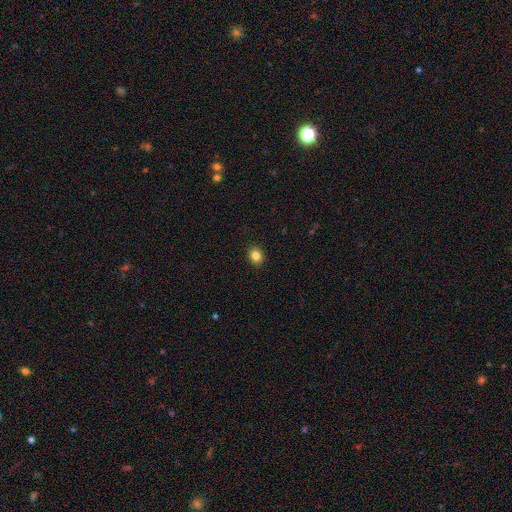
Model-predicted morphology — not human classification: The model was most divided on "how rounded": round: 55%, in between: 45%, cigar-shaped: 1%. More confident: merging — none (91%); smooth or featured — smooth (84%).